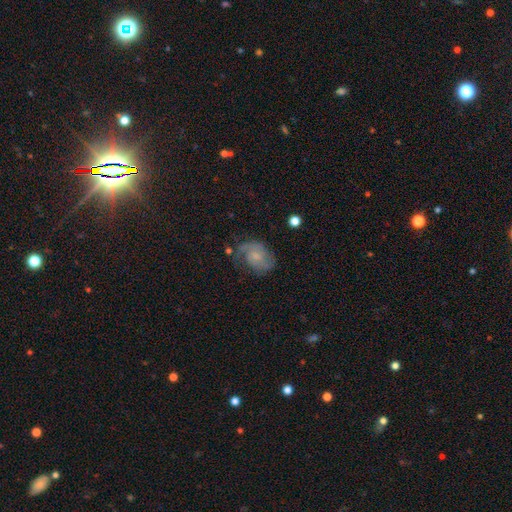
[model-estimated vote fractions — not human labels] This appears to be a featured or disk galaxy (65%) with no bar (68%), 2 (66%) medium (45%) spiral arms (89%) and a small central bulge (61%). Merging: none (56%).